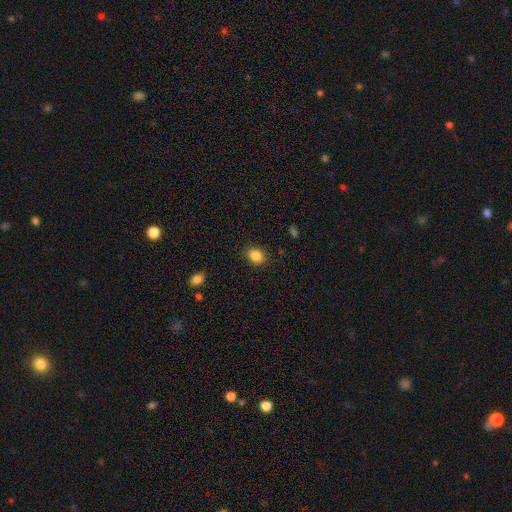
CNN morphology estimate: type=smooth (86%); roundness=in between (58%); merging=none (86%).